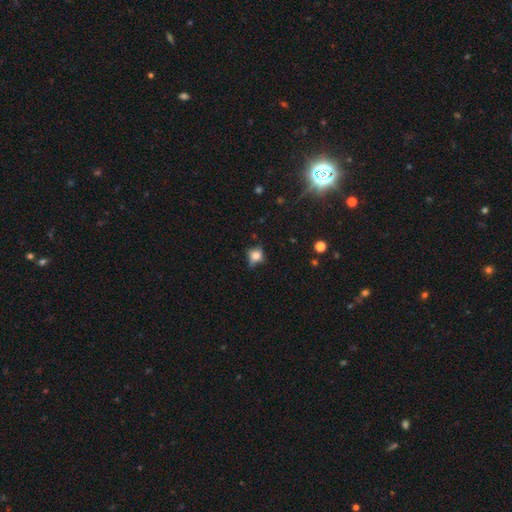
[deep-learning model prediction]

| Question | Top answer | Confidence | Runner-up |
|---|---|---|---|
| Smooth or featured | smooth | 66% | featured or disk (20%) |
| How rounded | round | 66% | in between (32%) |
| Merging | none | 56% | minor disturbance (30%) |